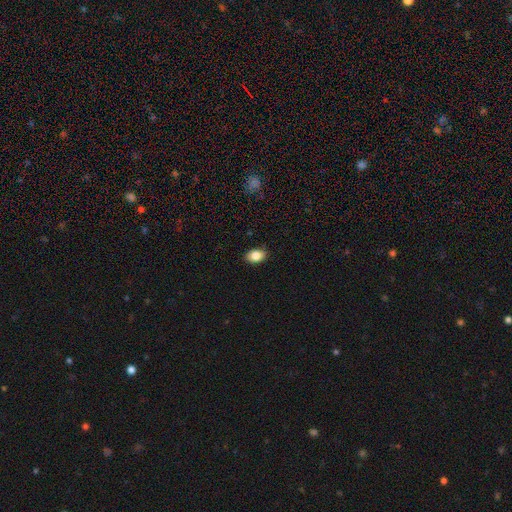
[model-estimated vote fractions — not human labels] Morphology: type=smooth (86%); roundness=in between (82%); merging=none (87%).